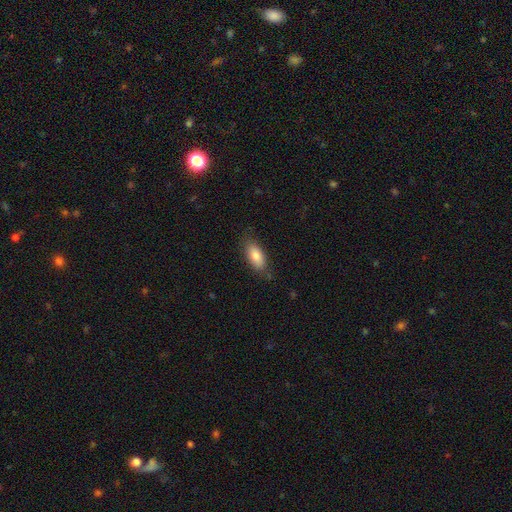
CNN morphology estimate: A smooth galaxy with no disk features (81%) that is in between round and cigar-shaped (87%). Merging: none (77%).